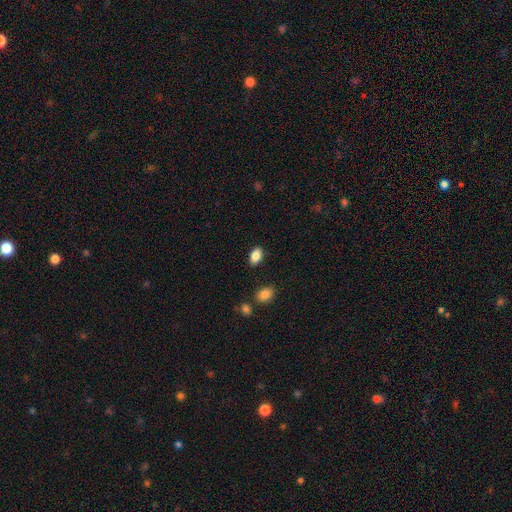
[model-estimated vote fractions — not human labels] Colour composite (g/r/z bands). It shows a smooth galaxy with no disk features (86%) that is in between round and cigar-shaped (89%). Merging: none (86%).